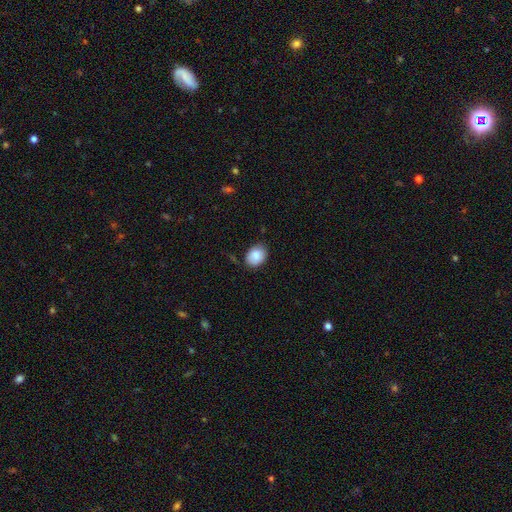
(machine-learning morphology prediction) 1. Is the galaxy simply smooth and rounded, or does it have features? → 86% smooth, 7% star or artifact, 7% featured or disk.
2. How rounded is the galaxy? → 67% in between, 33% round, 1% cigar-shaped.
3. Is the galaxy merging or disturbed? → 80% none, 16% minor disturbance, 3% major disturbance, 2% merger.